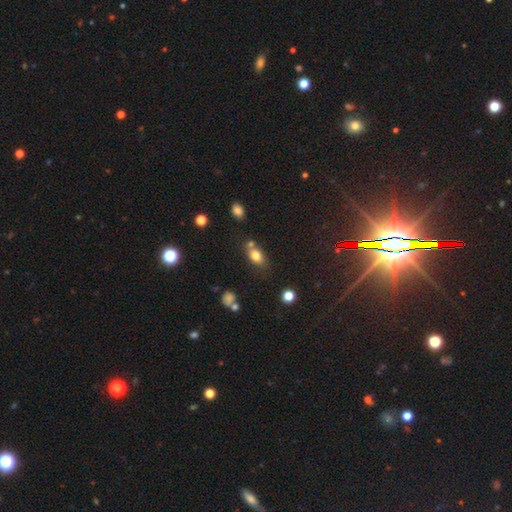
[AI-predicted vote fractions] Smooth or featured? smooth (77%)
How rounded? in between (78%)
Merging? none (57%)